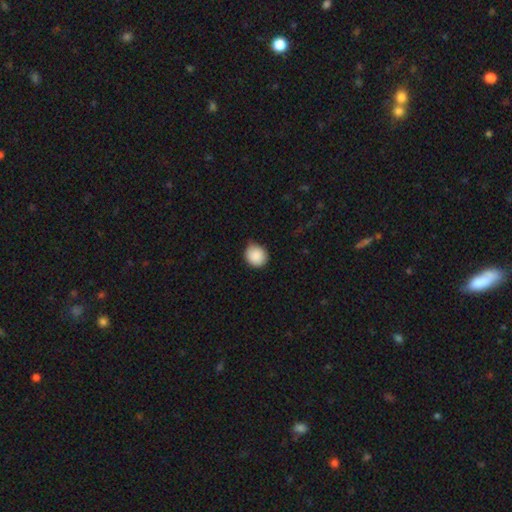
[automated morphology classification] A smooth galaxy with no disk features (89%) that is round (84%). Merging: none (73%).